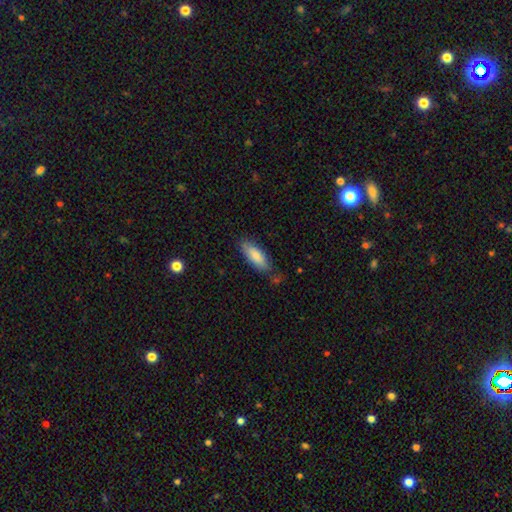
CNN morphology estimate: Smooth or featured?
  - smooth: 83% *
  - featured or disk: 11%
  - star or artifact: 6%
How rounded?
  - in between: 71% *
  - cigar-shaped: 28%
  - round: 2%
Merging?
  - none: 72% *
  - minor disturbance: 20%
  - major disturbance: 4%
  - merger: 3%